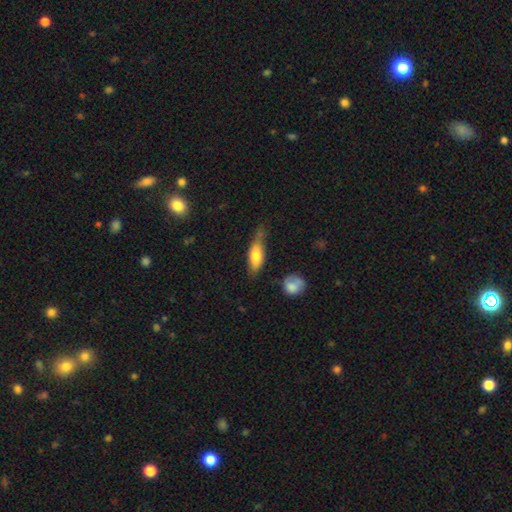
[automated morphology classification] Smooth or featured?
  - smooth: 70% *
  - featured or disk: 23%
  - star or artifact: 6%
How rounded?
  - in between: 68% *
  - cigar-shaped: 29%
  - round: 3%
Merging?
  - none: 51% *
  - minor disturbance: 33%
  - major disturbance: 10%
  - merger: 6%